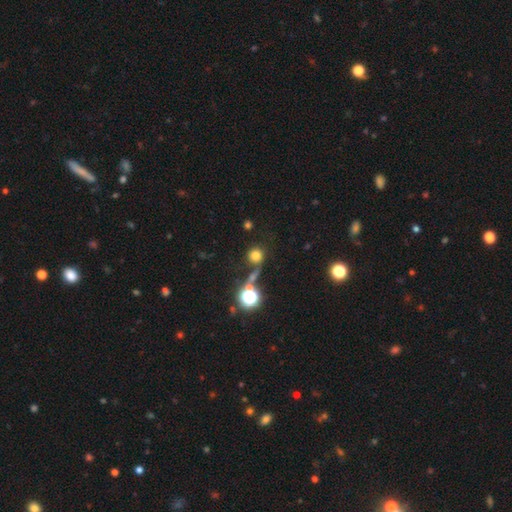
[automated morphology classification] smooth-or-featured: smooth: 71% | star or artifact: 21% | featured or disk: 8%
  how-rounded: round: 91% | in between: 8% | cigar-shaped: 1%
  merging: none: 66% | merger: 13% | minor disturbance: 12% | major disturbance: 8%